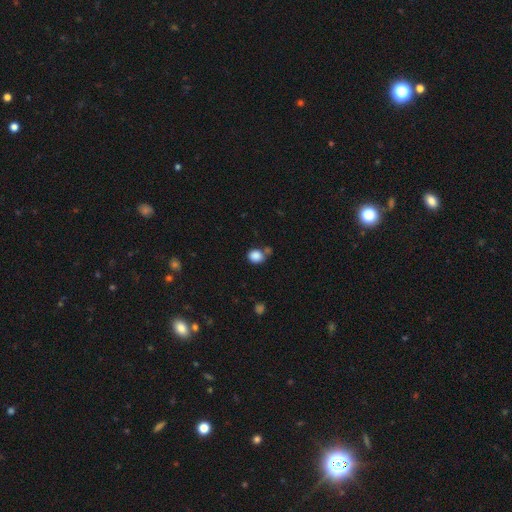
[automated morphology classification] Q: Smooth or featured?
A: smooth (86%); runner-up: star or artifact (10%)
Q: How rounded?
A: round (65%); runner-up: in between (34%)
Q: Merging?
A: none (63%); runner-up: merger (17%)